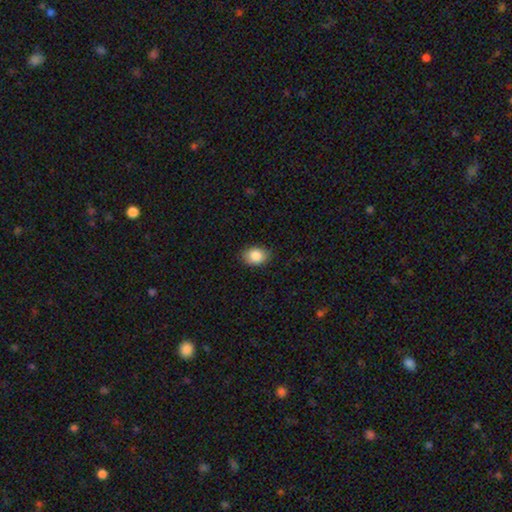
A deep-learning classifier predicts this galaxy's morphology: This appears to be a smooth galaxy with no disk features (86%) that is in between round and cigar-shaped (76%). Merging: none (85%).